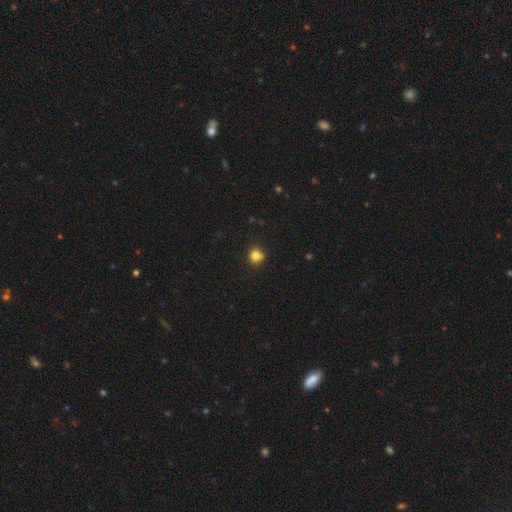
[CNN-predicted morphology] Smooth or featured? smooth (80%)
How rounded? round (86%)
Merging? none (72%)